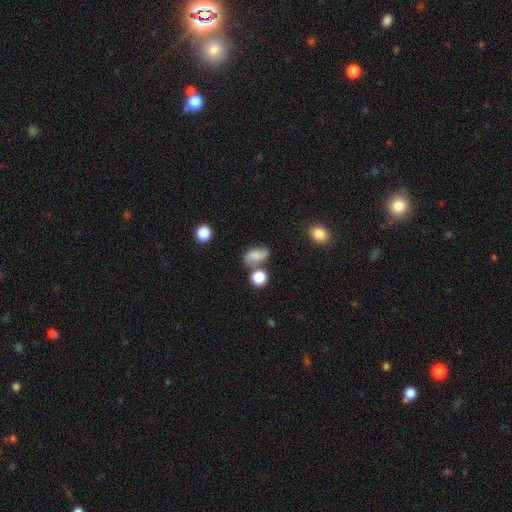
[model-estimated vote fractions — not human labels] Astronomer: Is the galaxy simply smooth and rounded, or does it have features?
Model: smooth — 49% (runner-up: featured or disk, 37%).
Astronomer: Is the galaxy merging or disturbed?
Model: none — 55%.